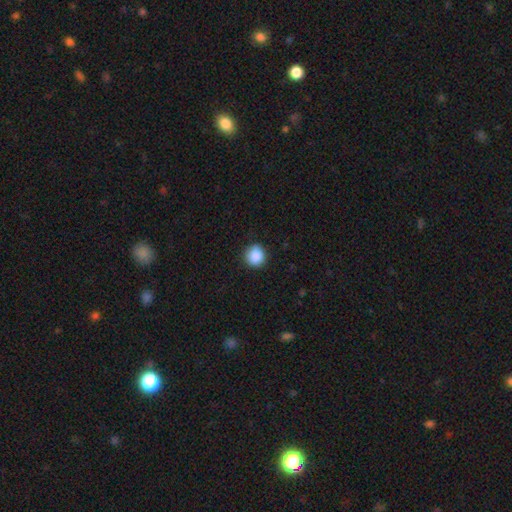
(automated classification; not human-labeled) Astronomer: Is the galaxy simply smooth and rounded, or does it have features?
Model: smooth — 88%.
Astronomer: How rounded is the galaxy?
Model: round — 90%.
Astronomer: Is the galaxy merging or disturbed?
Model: none — 86%.